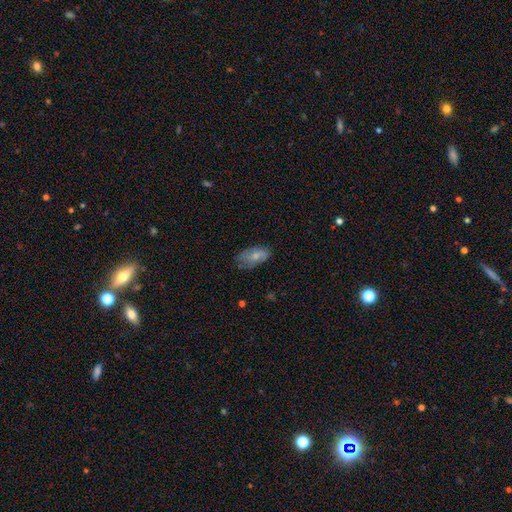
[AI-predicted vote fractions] Smooth or featured? smooth (67%)
How rounded? in between (92%)
Merging? none (61%)